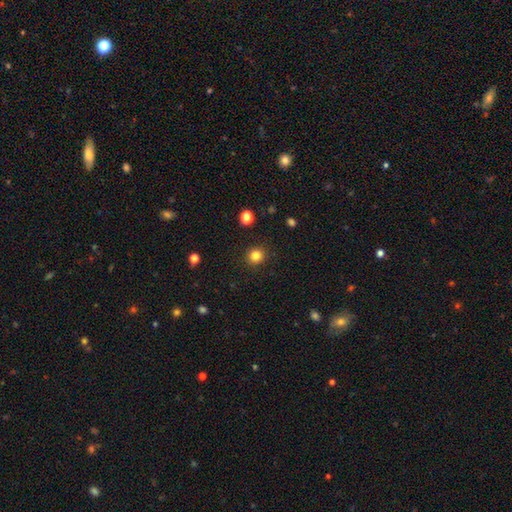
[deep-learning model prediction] This appears to be a smooth galaxy with no disk features (83%) that is round (90%). Merging: none (91%).